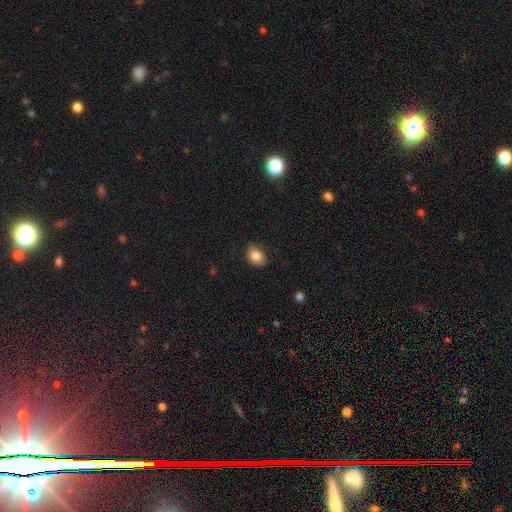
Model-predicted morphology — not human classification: Smooth or featured? Predicted: smooth (p=0.85). How rounded? Predicted: in between (p=0.73). Merging? Predicted: none (p=0.77).